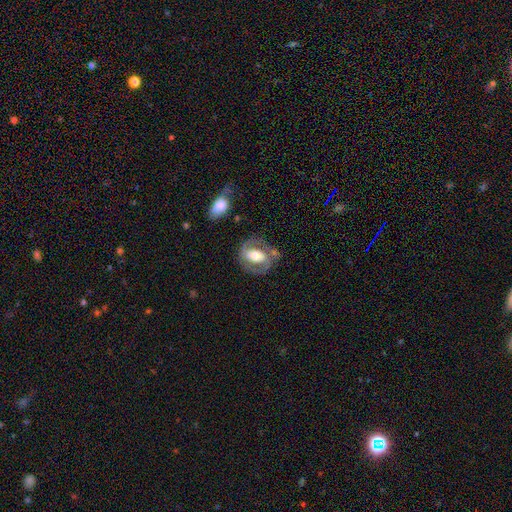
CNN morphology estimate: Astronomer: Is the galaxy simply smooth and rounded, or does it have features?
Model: featured or disk — 71%.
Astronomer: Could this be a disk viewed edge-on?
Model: no — 96%.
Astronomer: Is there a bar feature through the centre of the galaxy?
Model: no — 41% (runner-up: weak, 30%).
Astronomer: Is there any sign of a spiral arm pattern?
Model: yes — 73%.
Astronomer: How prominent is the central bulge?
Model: moderate — 61%.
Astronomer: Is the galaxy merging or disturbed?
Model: none — 68%.